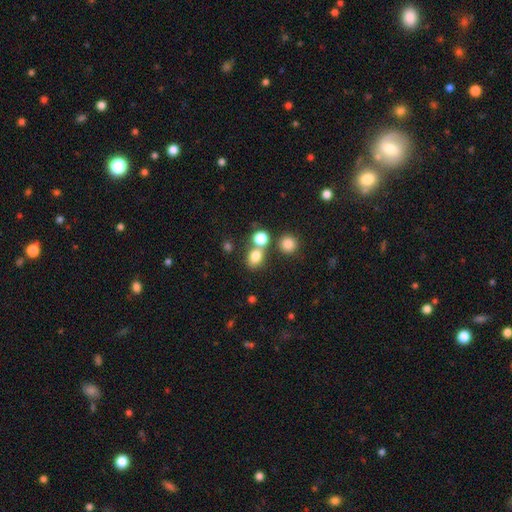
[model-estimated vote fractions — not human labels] Morphology: type=smooth (77%); roundness=round (53%); merging=none (56%).